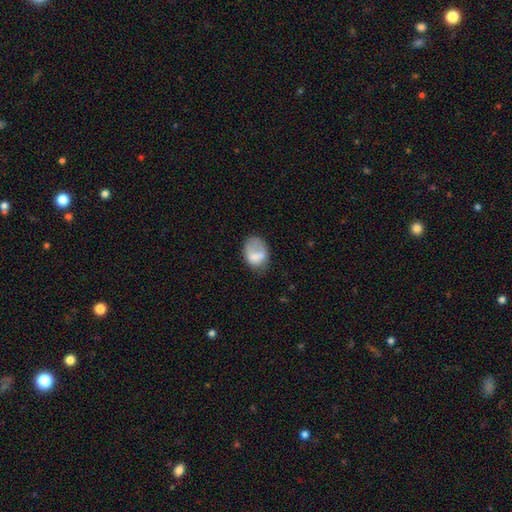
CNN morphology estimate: smooth_or_featured: smooth (p=0.70) [alt: featured or disk p=0.21]
how_rounded: in between (p=0.65) [alt: round p=0.34]
merging: none (p=0.39) [alt: minor disturbance p=0.30]